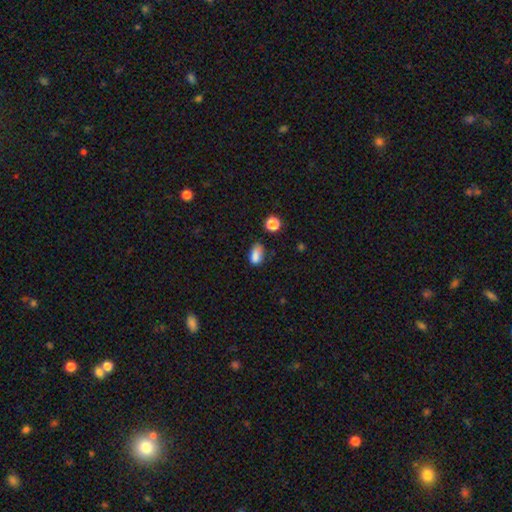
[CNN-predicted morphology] Smooth or featured?
  - smooth: 83% *
  - star or artifact: 11%
  - featured or disk: 6%
How rounded?
  - in between: 87% *
  - round: 10%
  - cigar-shaped: 3%
Merging?
  - none: 54% *
  - minor disturbance: 32%
  - major disturbance: 9%
  - merger: 5%